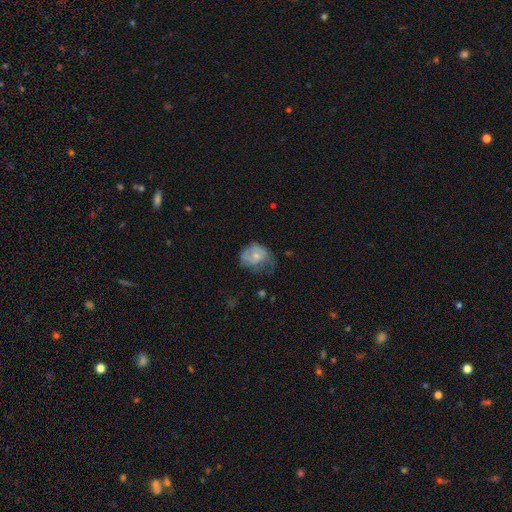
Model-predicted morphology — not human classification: smooth-or-featured: smooth: 51% | featured or disk: 41% | star or artifact: 8%
  how-rounded: round: 52% | in between: 47% | cigar-shaped: 1%
  merging: minor disturbance: 34% | none: 33% | major disturbance: 31% | merger: 2%